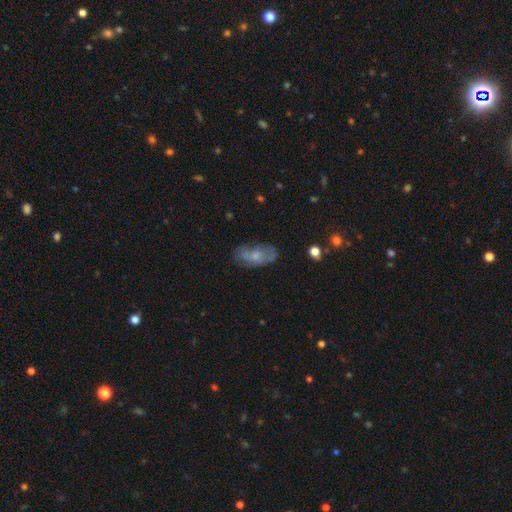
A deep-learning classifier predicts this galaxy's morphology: This is possibly a smooth galaxy (48%). Merging: possibly none (60%).